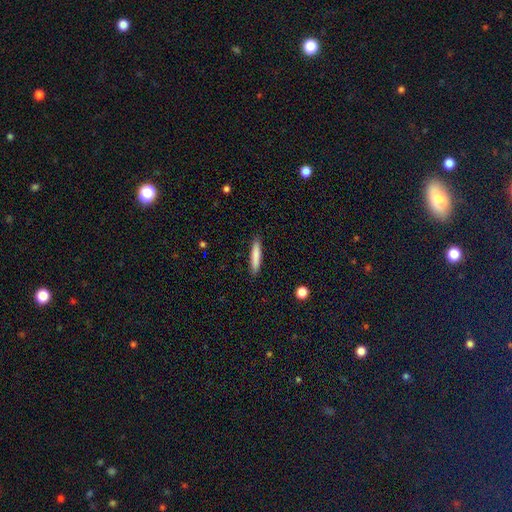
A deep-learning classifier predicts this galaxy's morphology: Overall: smooth (82%). How rounded: cigar-shaped (90%). Merging: none (90%).